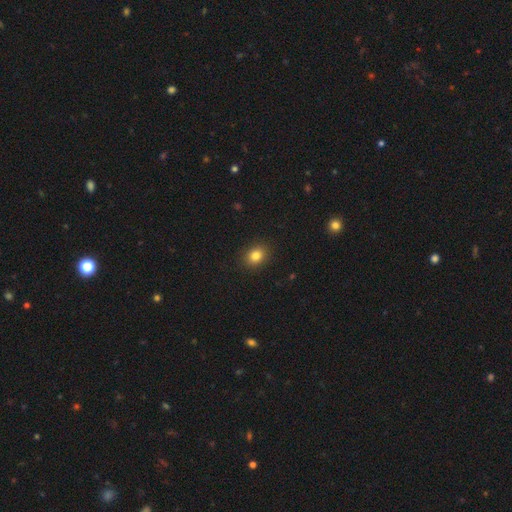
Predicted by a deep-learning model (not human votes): smooth 83%, star or artifact 11%, featured or disk 6%. Down the decision tree: how rounded — round (55%); merging — none (90%).